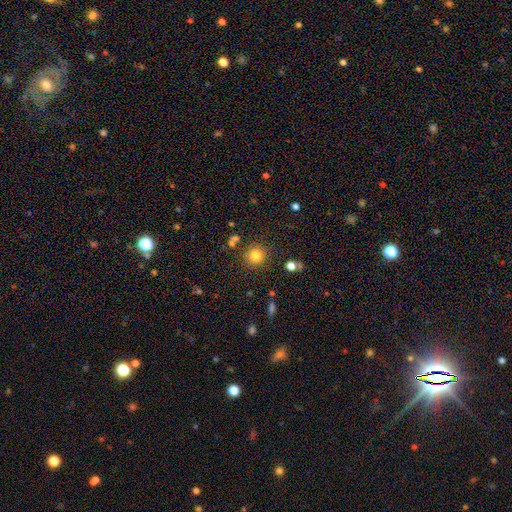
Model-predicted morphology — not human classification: This is clearly a smooth galaxy (81%). How rounded: clearly round (93%). Merging: clearly none (84%).